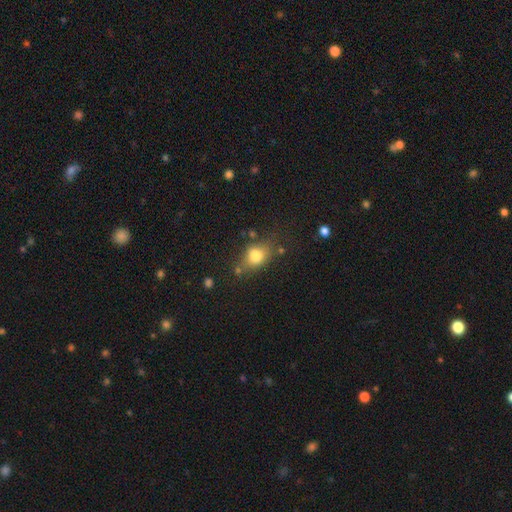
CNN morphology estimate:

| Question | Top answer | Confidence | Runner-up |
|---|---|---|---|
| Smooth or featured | smooth | 78% | featured or disk (11%) |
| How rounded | in between | 67% | round (31%) |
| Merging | none | 59% | minor disturbance (23%) |